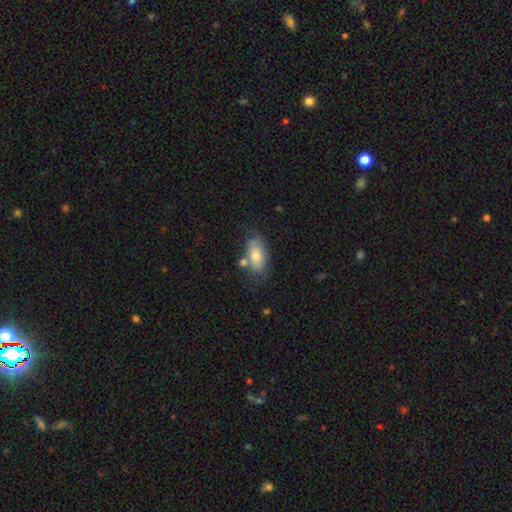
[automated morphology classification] smooth_or_featured: smooth (p=0.73) [alt: featured or disk p=0.20]
how_rounded: in between (p=0.90) [alt: cigar-shaped p=0.05]
merging: none (p=0.59) [alt: minor disturbance p=0.22]